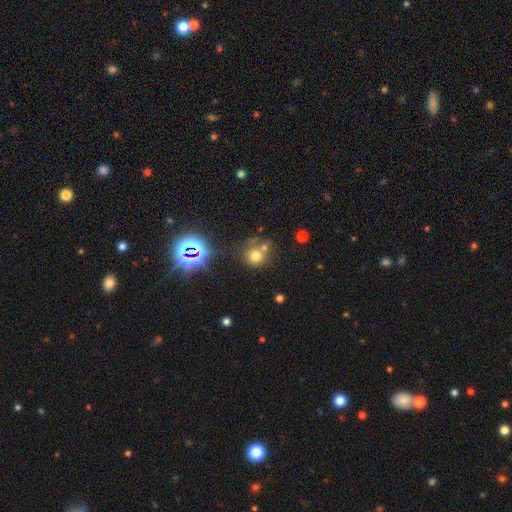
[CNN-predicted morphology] The model was most divided on "merging": none: 55%, merger: 27%, minor disturbance: 11%, major disturbance: 6%. More confident: how rounded — round (88%); smooth or featured — smooth (67%).